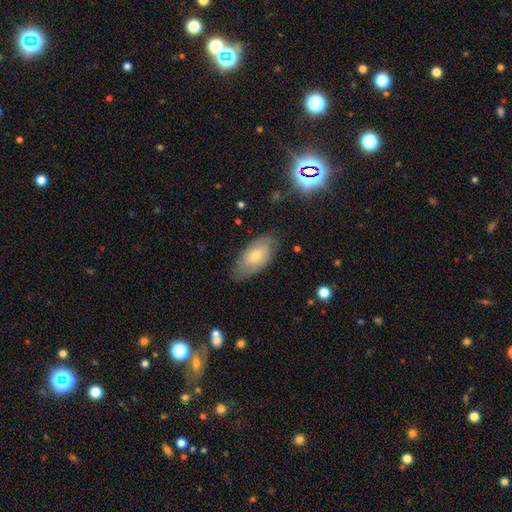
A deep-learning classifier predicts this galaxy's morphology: smooth 47%, featured or disk 43%, star or artifact 10%. Down the decision tree: merging — none (75%).